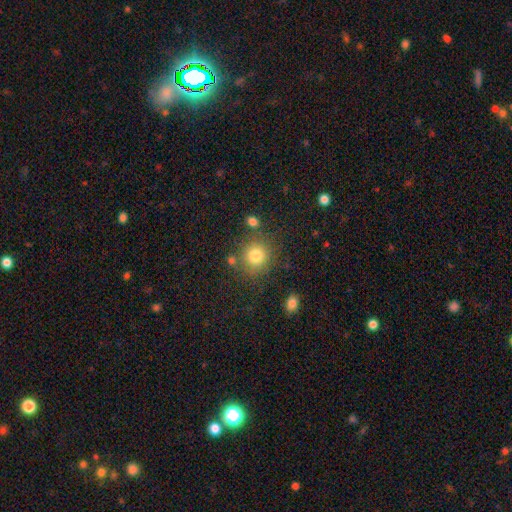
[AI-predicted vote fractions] A smooth galaxy with no disk features (80%) that is round (90%).

Vote fractions:
- Smooth or featured? smooth: 80% / star or artifact: 12% / featured or disk: 8%
- How rounded? round: 90% / in between: 10% / cigar-shaped: 1%
- Merging? none: 79% / minor disturbance: 10% / merger: 7% / major disturbance: 4%